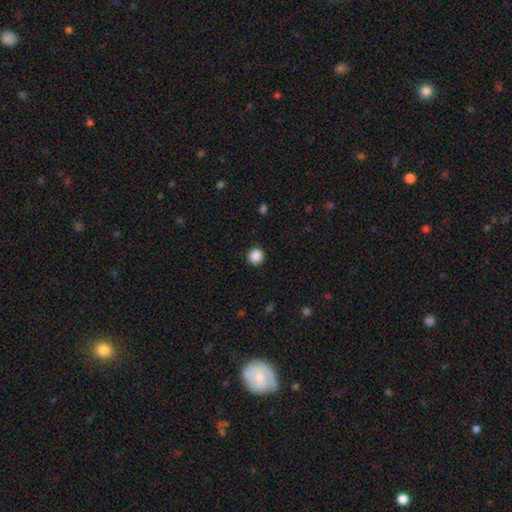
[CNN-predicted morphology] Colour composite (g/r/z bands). It shows a smooth galaxy with no disk features (88%) that is round (95%). Merging: none (92%).